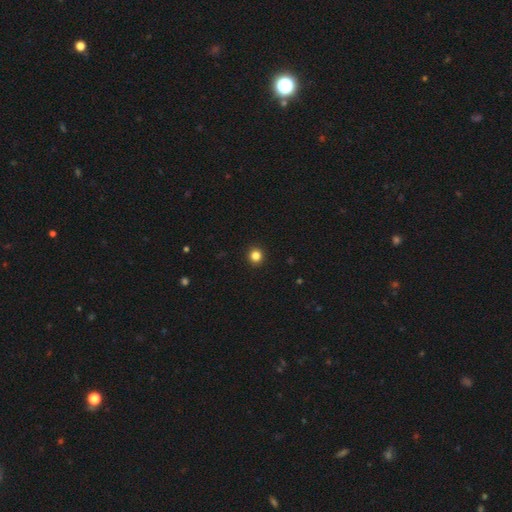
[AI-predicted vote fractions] smooth 84%, star or artifact 12%, featured or disk 4%. Down the decision tree: how rounded — round (93%); merging — none (94%).